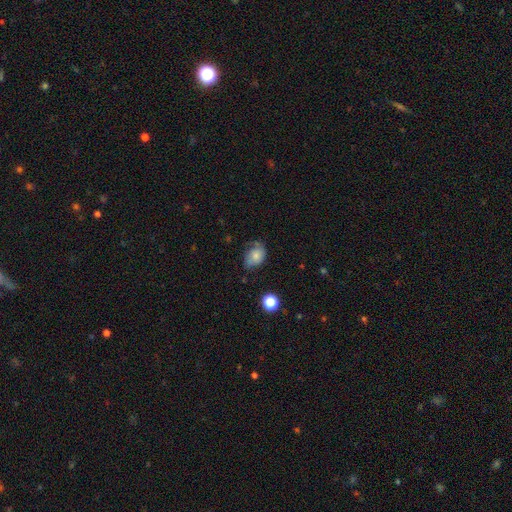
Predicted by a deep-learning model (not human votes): smooth_or_featured: smooth (p=0.65) [alt: featured or disk p=0.25]
how_rounded: in between (p=0.66) [alt: round p=0.33]
merging: none (p=0.46) [alt: minor disturbance p=0.34]